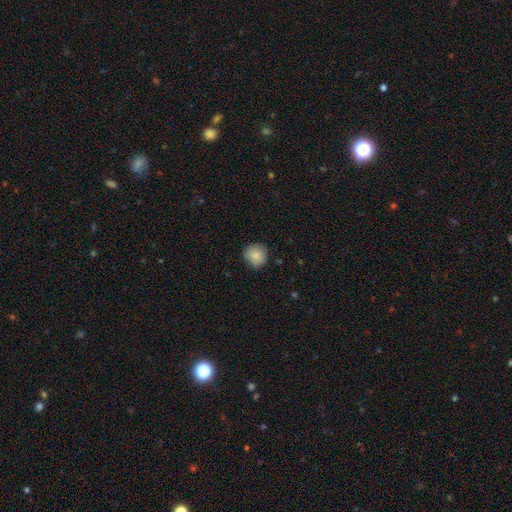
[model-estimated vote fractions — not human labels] smooth 86%, star or artifact 8%, featured or disk 7%. Down the decision tree: how rounded — round (91%); merging — none (81%).